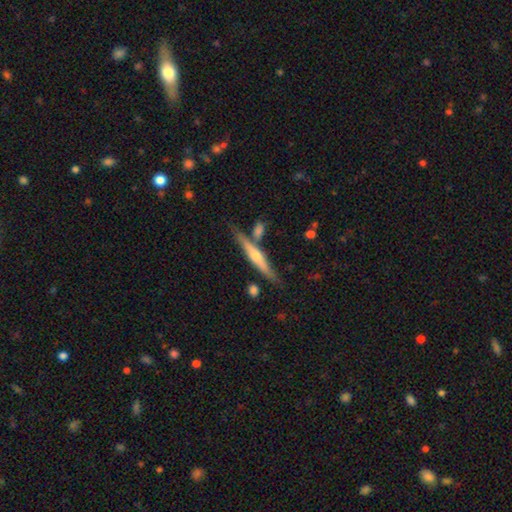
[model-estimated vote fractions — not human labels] The model was most divided on "smooth or featured": featured or disk: 73%, smooth: 21%, star or artifact: 6%. More confident: edge-on disk — yes (97%); edge-on bulge — rounded (85%); merging — none (79%).